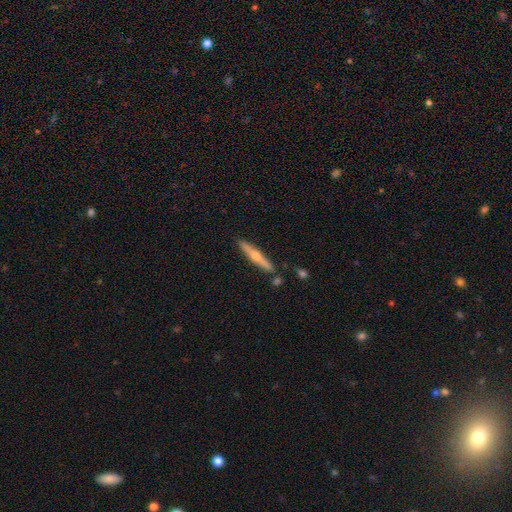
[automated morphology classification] type=featured or disk (59%); edge-on=yes (96%); edge-on bulge=rounded (88%); merging=none (85%).